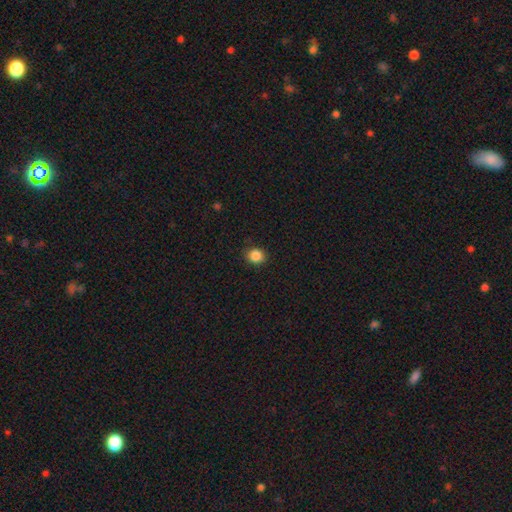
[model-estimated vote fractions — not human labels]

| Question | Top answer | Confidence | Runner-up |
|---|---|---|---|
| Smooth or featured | smooth | 87% | star or artifact (10%) |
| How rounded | round | 78% | in between (21%) |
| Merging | none | 88% | minor disturbance (8%) |